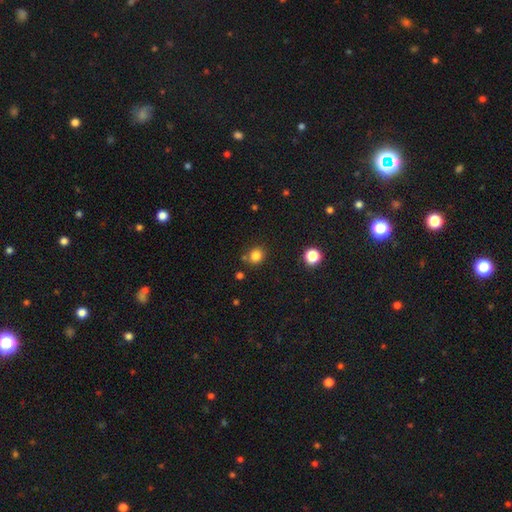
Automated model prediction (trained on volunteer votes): Smooth or featured? smooth (82%)
How rounded? round (77%)
Merging? none (77%)